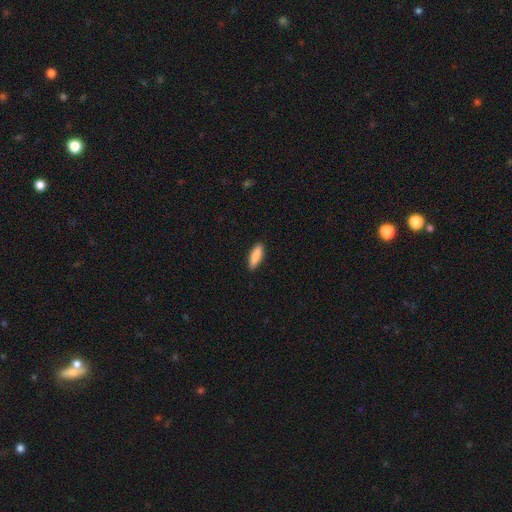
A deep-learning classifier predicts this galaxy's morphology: A smooth galaxy with no disk features (88%) that is cigar-shaped (55%). Merging: none (88%).